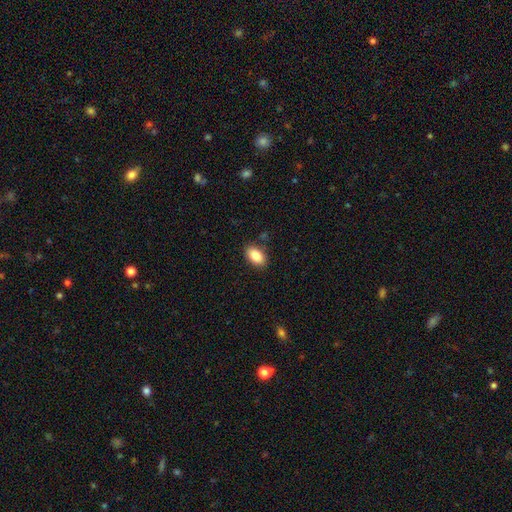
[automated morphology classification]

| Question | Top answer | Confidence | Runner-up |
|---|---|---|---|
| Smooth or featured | smooth | 87% | star or artifact (7%) |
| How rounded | in between | 91% | round (7%) |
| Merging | none | 85% | minor disturbance (10%) |